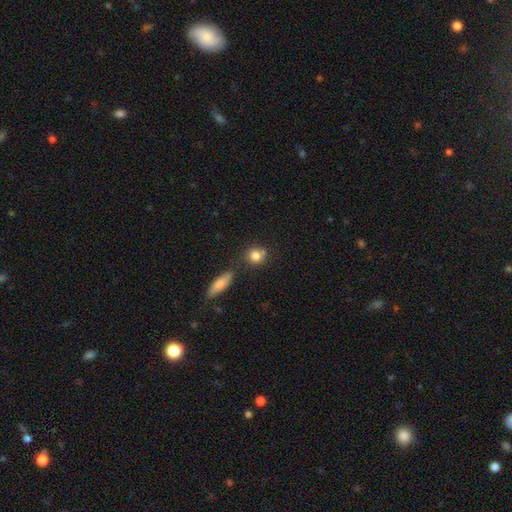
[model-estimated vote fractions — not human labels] Smooth or featured: smooth — 82% (star or artifact — 10%)
How rounded: round — 76% (in between — 21%)
Merging: none — 66% (merger — 16%)